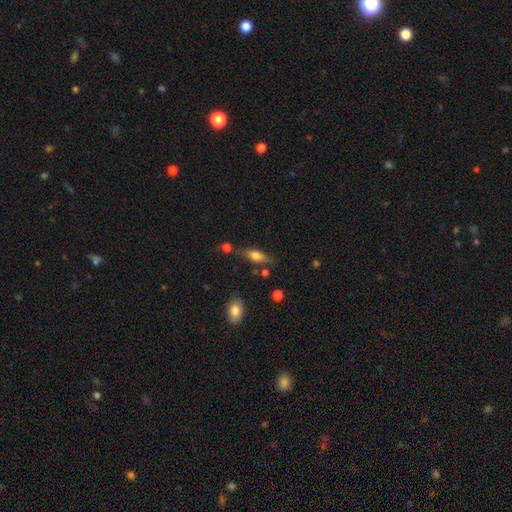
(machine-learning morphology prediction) Q: Smooth or featured?
A: smooth (58%); runner-up: featured or disk (34%)
Q: How rounded?
A: in between (57%); runner-up: cigar-shaped (39%)
Q: Merging?
A: none (67%); runner-up: minor disturbance (18%)